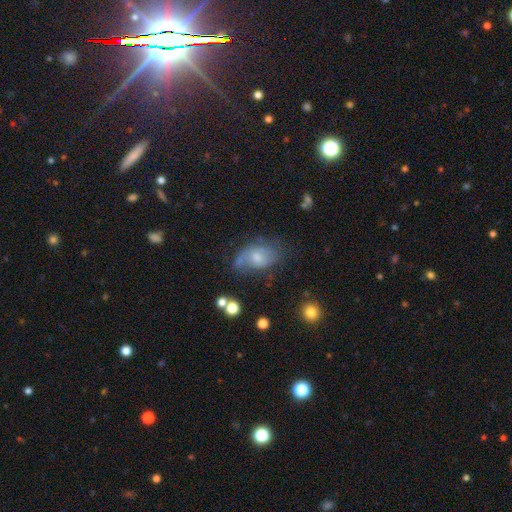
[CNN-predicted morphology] smooth-or-featured: featured or disk: 45% | smooth: 42% | star or artifact: 13%
  merging: none: 53% | minor disturbance: 27% | major disturbance: 16% | merger: 4%